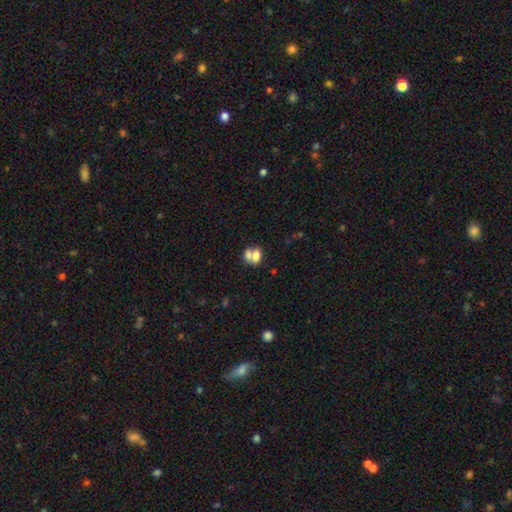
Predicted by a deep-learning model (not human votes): The model was most divided on "merging": merger: 61%, none: 26%, minor disturbance: 8%, major disturbance: 5%. More confident: smooth or featured — smooth (70%); how rounded — in between (68%).